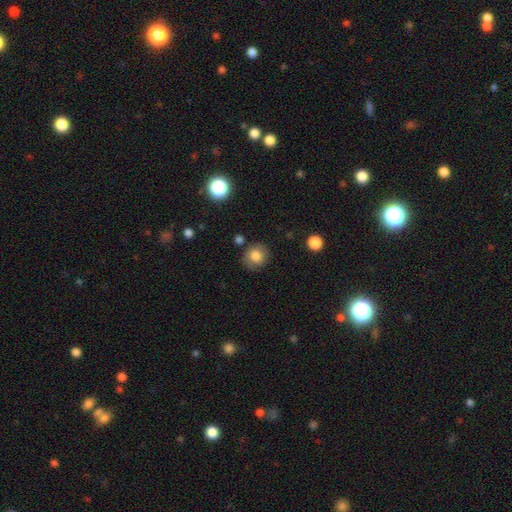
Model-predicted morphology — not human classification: A smooth galaxy with no disk features (79%) that is round (82%). Merging: none (82%).